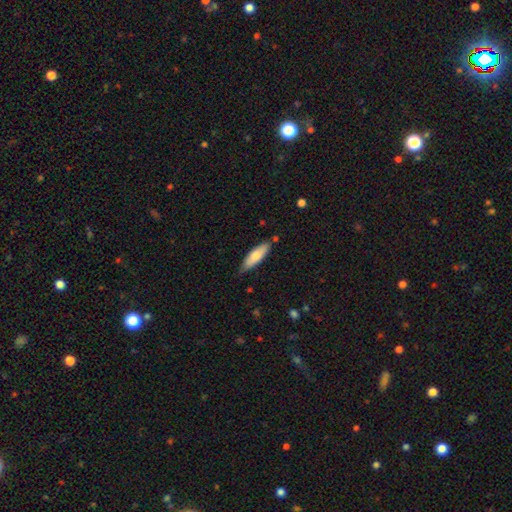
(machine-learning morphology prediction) smooth-or-featured: smooth: 73% | featured or disk: 22% | star or artifact: 5%
  how-rounded: cigar-shaped: 53% | in between: 45% | round: 2%
  merging: none: 75% | minor disturbance: 19% | major disturbance: 3% | merger: 3%